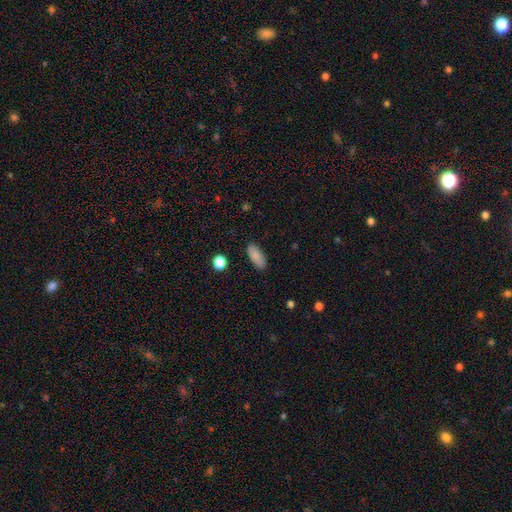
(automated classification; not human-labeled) Smooth or featured?
  - smooth: 85% *
  - featured or disk: 7%
  - star or artifact: 7%
How rounded?
  - in between: 82% *
  - cigar-shaped: 16%
  - round: 2%
Merging?
  - none: 87% *
  - minor disturbance: 9%
  - major disturbance: 2%
  - merger: 1%